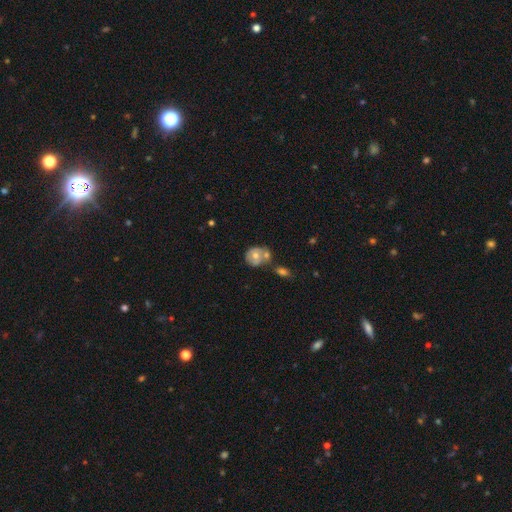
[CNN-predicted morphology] This appears to be a smooth galaxy with no disk features (53%) that is round (69%). Merging: merger (39%, tied with none).